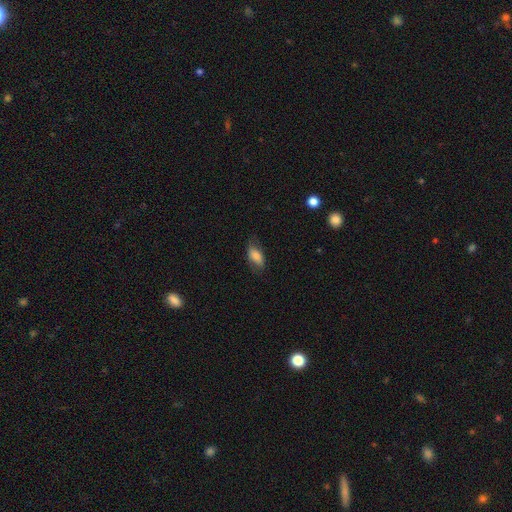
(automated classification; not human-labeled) Overall: smooth (75%). How rounded: in between (88%). Merging: none (65%).